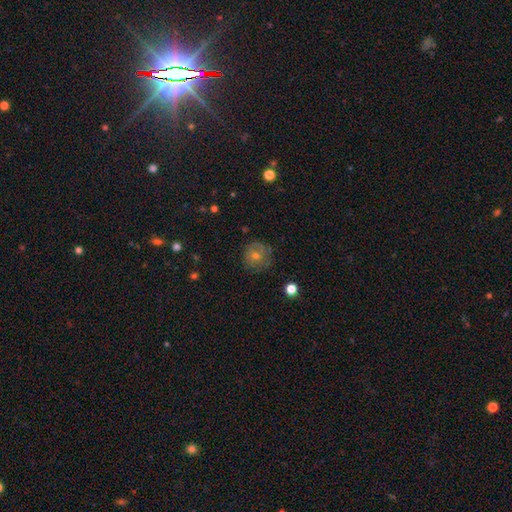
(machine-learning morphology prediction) smooth-or-featured: smooth: 52% | featured or disk: 32% | star or artifact: 16%
  how-rounded: round: 92% | in between: 7% | cigar-shaped: 1%
  merging: none: 80% | minor disturbance: 14% | major disturbance: 4% | merger: 1%